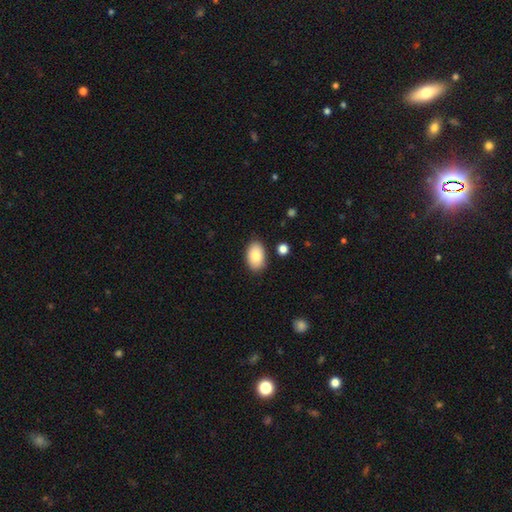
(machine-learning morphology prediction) type=smooth (85%); roundness=in between (92%); merging=none (85%).